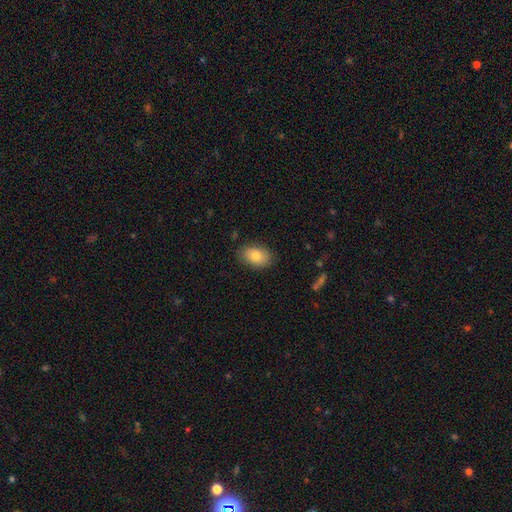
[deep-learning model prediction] smooth_or_featured: smooth (p=0.82) [alt: featured or disk p=0.11]
how_rounded: in between (p=0.87) [alt: round p=0.11]
merging: none (p=0.85) [alt: minor disturbance p=0.12]